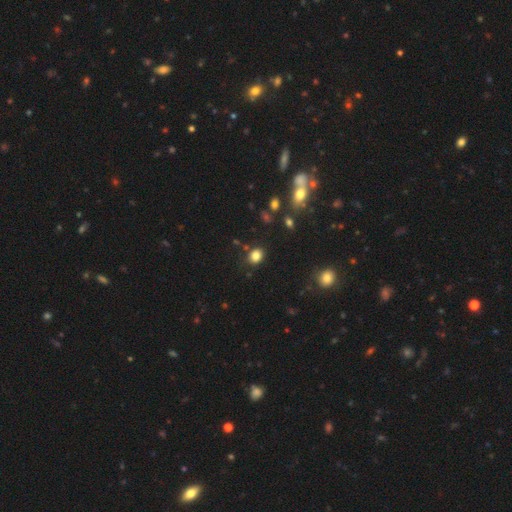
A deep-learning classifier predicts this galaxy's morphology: Smooth or featured? Predicted: smooth (p=0.82). How rounded? Predicted: round (p=0.54). Merging? Predicted: none (p=0.83).